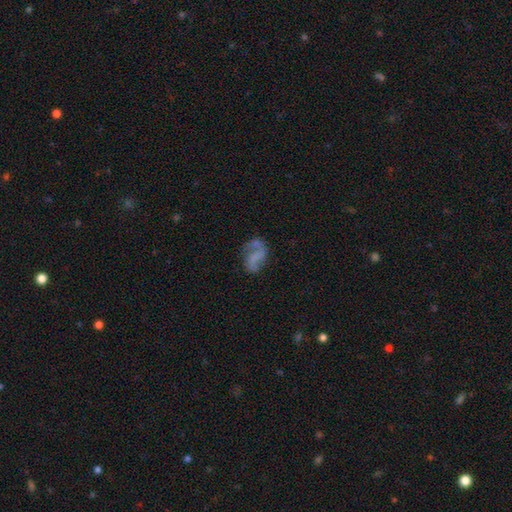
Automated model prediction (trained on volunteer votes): This appears to be a featured or disk galaxy (66%) with no bar (45%), 2 (81%) loose (62%) spiral arms (81%) and no central bulge (70%). Merging: none (53%).